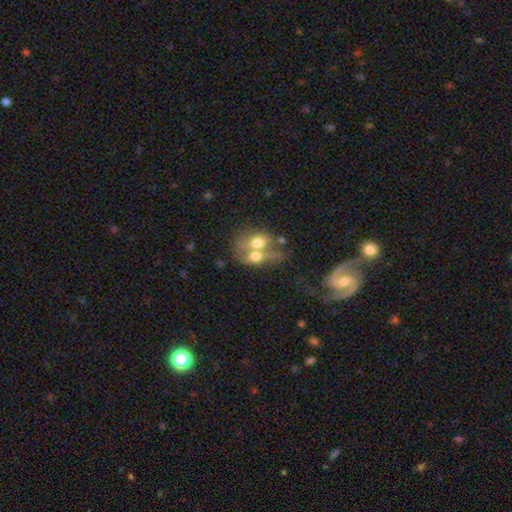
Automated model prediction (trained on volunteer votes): Q: Smooth or featured?
A: smooth (61%); runner-up: featured or disk (29%)
Q: How rounded?
A: in between (65%); runner-up: round (31%)
Q: Merging?
A: merger (71%); runner-up: none (16%)